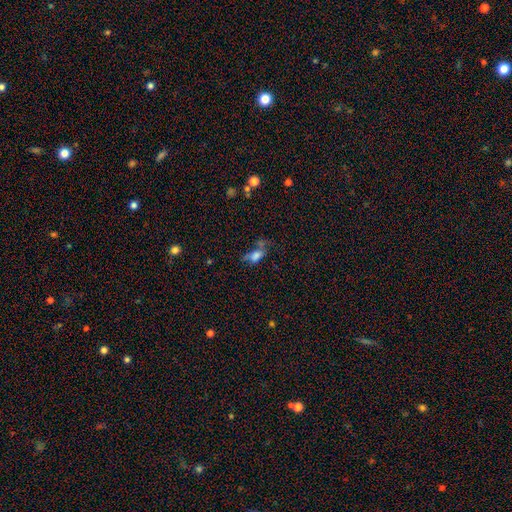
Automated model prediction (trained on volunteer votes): Overall: smooth (67%). How rounded: in between (81%). Merging: none (32%; major disturbance 23%).